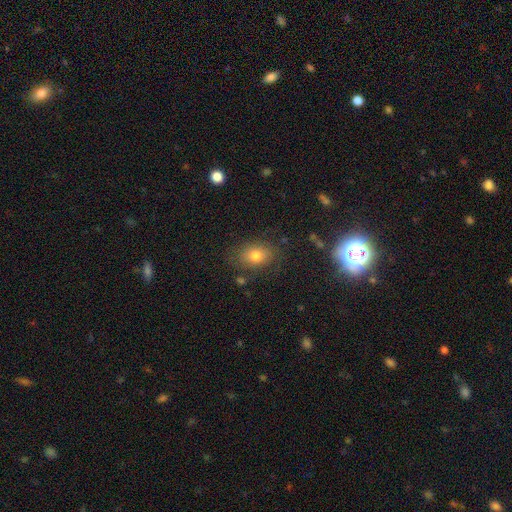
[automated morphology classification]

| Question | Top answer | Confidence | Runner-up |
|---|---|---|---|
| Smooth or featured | smooth | 75% | featured or disk (13%) |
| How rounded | in between | 72% | round (27%) |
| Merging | none | 77% | minor disturbance (15%) |